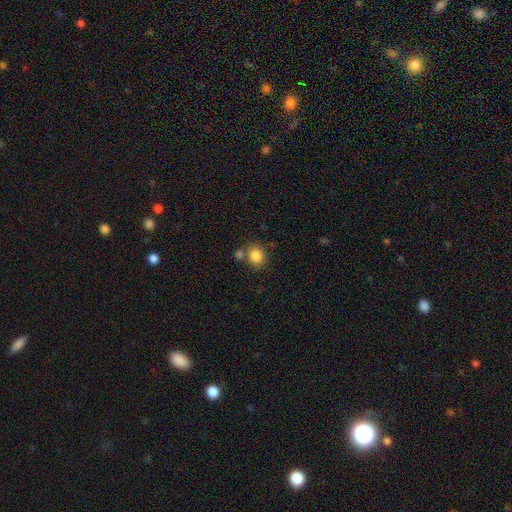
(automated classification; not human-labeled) Smooth or featured? Predicted: smooth (p=0.84). How rounded? Predicted: round (p=0.70). Merging? Predicted: none (p=0.65).